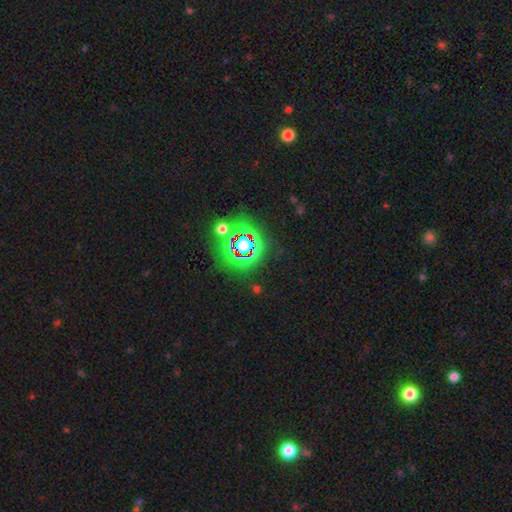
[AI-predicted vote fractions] This appears to be a star or artifact, not a galaxy (75%).